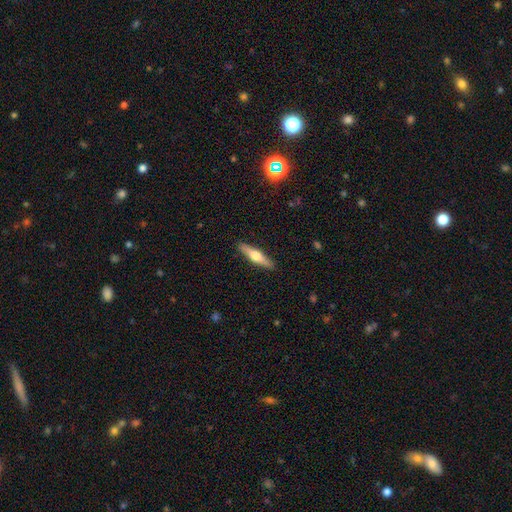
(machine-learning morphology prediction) Smooth or featured: featured or disk — 49% (smooth — 46%)
Merging: none — 91% (minor disturbance — 7%)